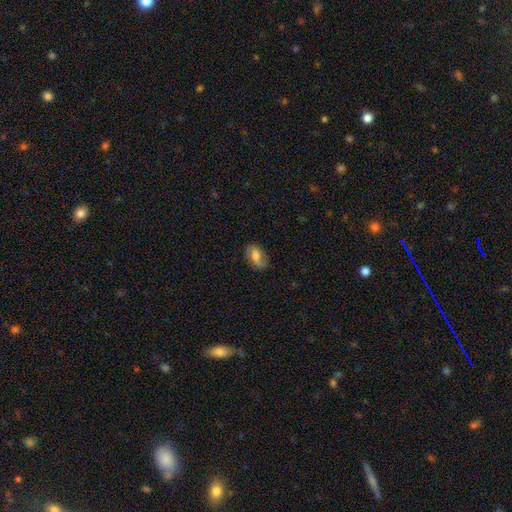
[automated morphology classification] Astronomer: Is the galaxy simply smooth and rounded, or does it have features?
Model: smooth — 57% (runner-up: featured or disk, 34%).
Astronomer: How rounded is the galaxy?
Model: in between — 89%.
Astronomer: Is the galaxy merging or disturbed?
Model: none — 73%.